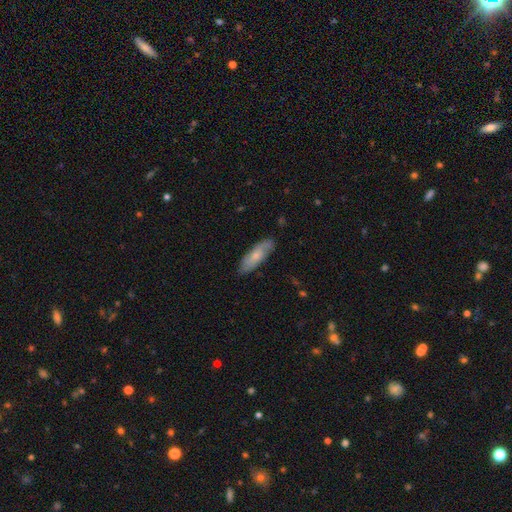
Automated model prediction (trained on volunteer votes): Smooth or featured? Predicted: smooth (p=0.57). How rounded? Predicted: in between (p=0.54). Merging? Predicted: none (p=0.80).